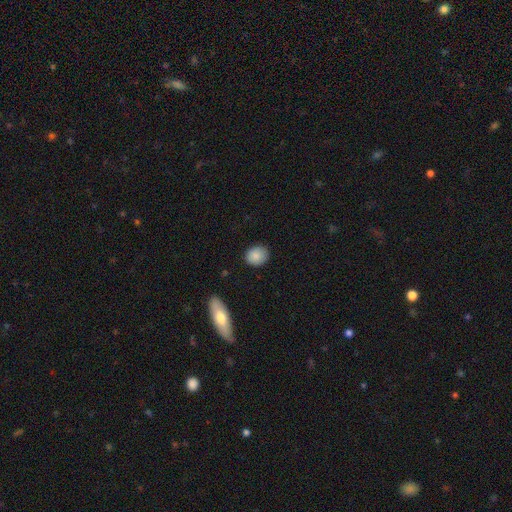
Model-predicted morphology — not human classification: Smooth or featured?
  - smooth: 86% *
  - star or artifact: 7%
  - featured or disk: 7%
How rounded?
  - round: 57% *
  - in between: 41%
  - cigar-shaped: 1%
Merging?
  - none: 86% *
  - minor disturbance: 11%
  - major disturbance: 2%
  - merger: 1%